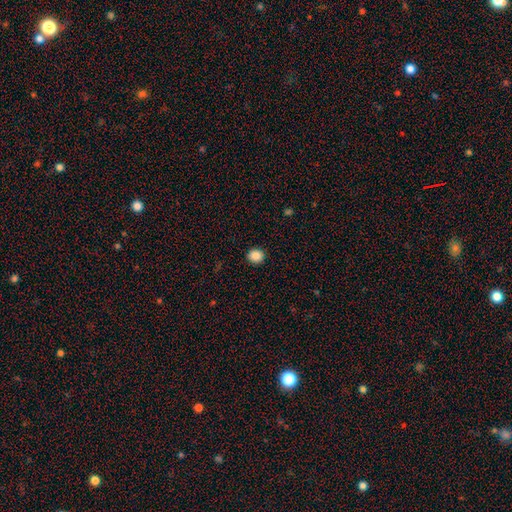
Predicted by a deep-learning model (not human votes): Q: Smooth or featured?
A: smooth (87%); runner-up: star or artifact (9%)
Q: How rounded?
A: round (84%); runner-up: in between (15%)
Q: Merging?
A: none (92%); runner-up: minor disturbance (5%)